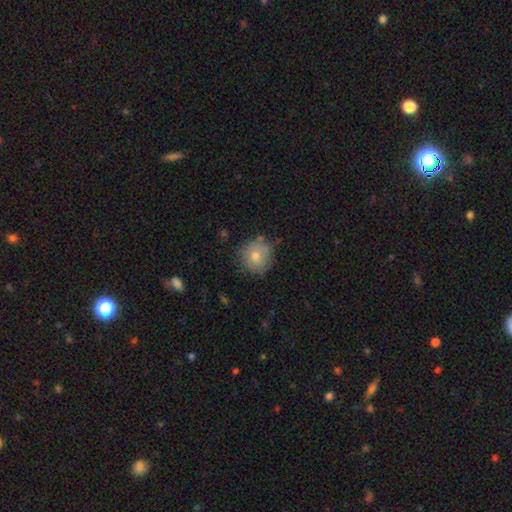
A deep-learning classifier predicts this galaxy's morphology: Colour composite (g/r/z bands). It shows a smooth galaxy with no disk features (73%) that is round (91%). Merging: none (76%).